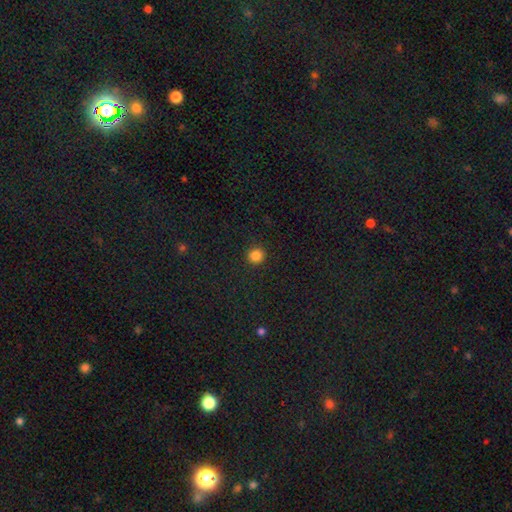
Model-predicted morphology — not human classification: smooth-or-featured: smooth: 84% | star or artifact: 12% | featured or disk: 4%
  how-rounded: round: 91% | in between: 8% | cigar-shaped: 1%
  merging: none: 91% | minor disturbance: 6% | major disturbance: 2% | merger: 1%